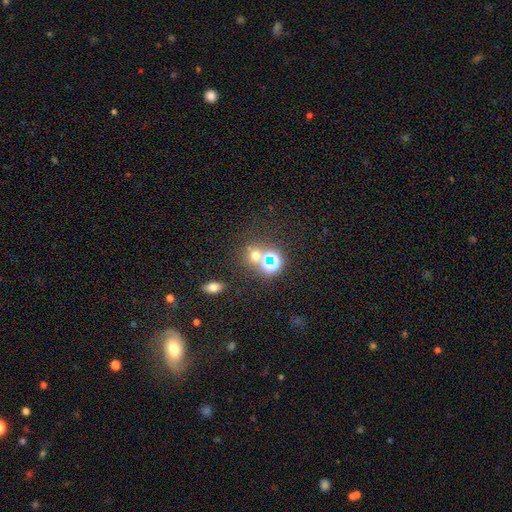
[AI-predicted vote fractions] smooth 49%, star or artifact 41%, featured or disk 9%. Down the decision tree: merging — none (67%).